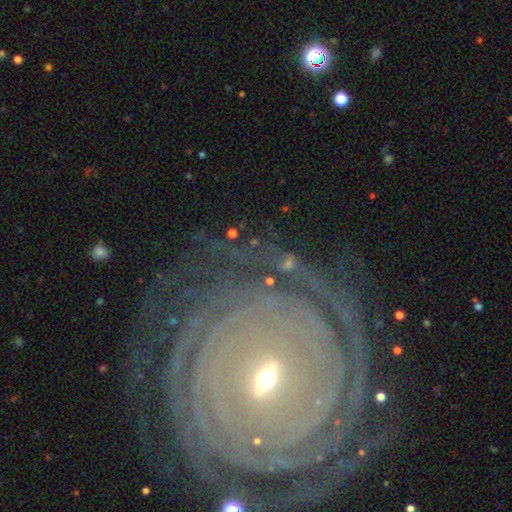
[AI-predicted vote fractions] The model was most divided on "spiral arm count" (2-way tie): more than 4: 25%, can't tell: 25%, 4: 18%, 3: 12%, 2: 12%, 1: 8%. Remaining: edge-on disk — no (96%); spiral arms — yes (96%); spiral winding — tight (90%); smooth or featured — featured or disk (86%); merging — none (82%); bulge size — small (61%); bar — weak (38%).